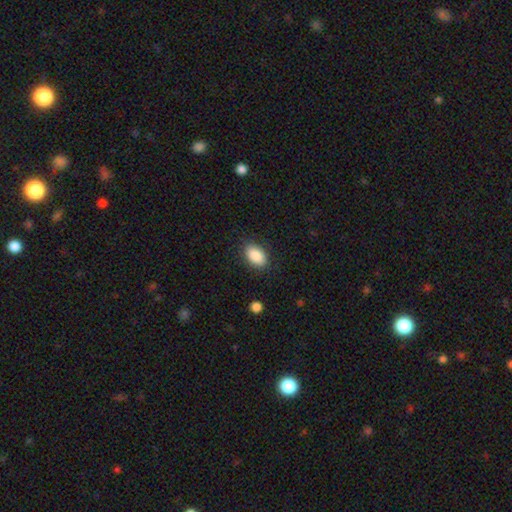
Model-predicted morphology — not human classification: This is clearly a smooth galaxy (88%). How rounded: clearly in between (92%). Merging: clearly none (86%).